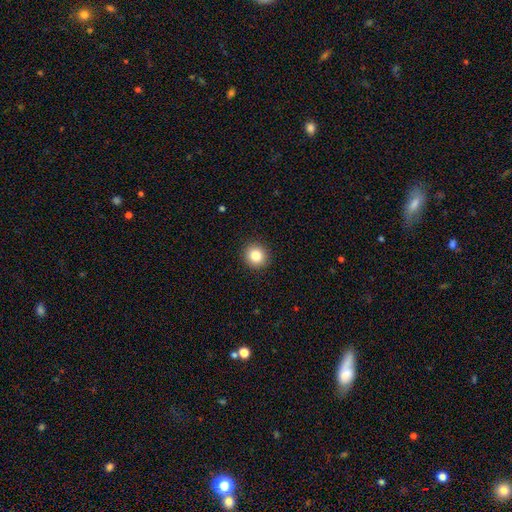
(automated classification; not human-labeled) Smooth or featured?
  - smooth: 83% *
  - star or artifact: 10%
  - featured or disk: 7%
How rounded?
  - round: 90% *
  - in between: 9%
  - cigar-shaped: 1%
Merging?
  - none: 92% *
  - minor disturbance: 6%
  - major disturbance: 2%
  - merger: 1%